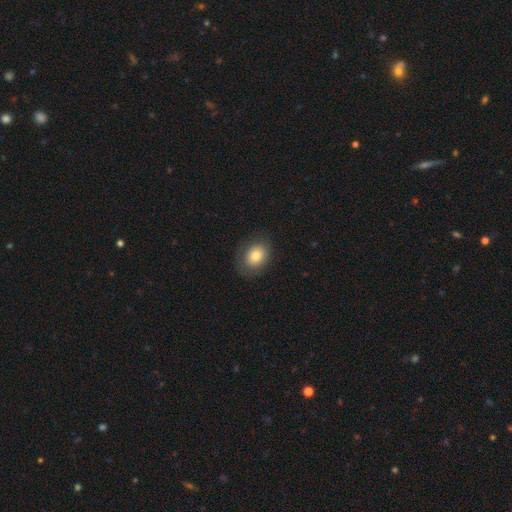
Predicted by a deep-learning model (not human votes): Overall: smooth (78%). How rounded: in between (62%; round 37%). Merging: none (78%).